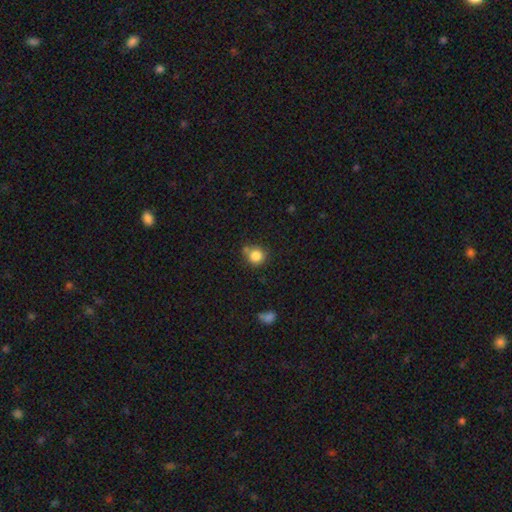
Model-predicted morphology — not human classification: Q: Smooth or featured?
A: smooth (84%); runner-up: star or artifact (10%)
Q: How rounded?
A: round (90%); runner-up: in between (9%)
Q: Merging?
A: none (66%); runner-up: minor disturbance (16%)